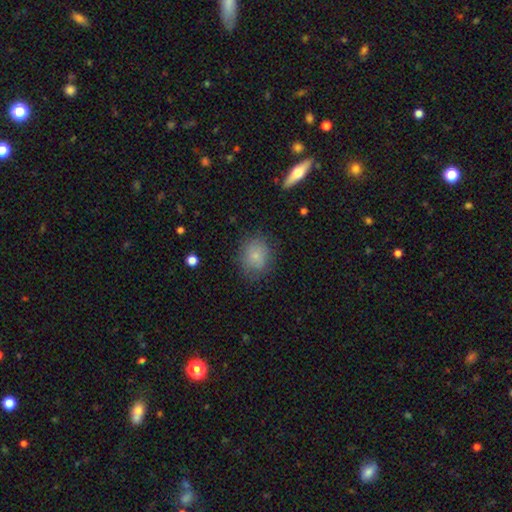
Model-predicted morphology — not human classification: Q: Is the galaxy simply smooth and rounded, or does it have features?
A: smooth — 80%.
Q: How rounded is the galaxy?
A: round — 71%.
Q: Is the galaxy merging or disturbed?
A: none — 78%.